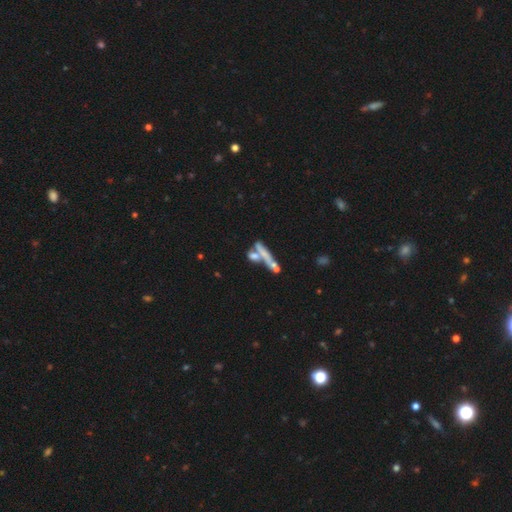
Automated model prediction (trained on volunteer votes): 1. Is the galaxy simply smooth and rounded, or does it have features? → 45% smooth, 41% featured or disk, 14% star or artifact.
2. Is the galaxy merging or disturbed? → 40% none, 37% merger, 13% minor disturbance, 11% major disturbance.